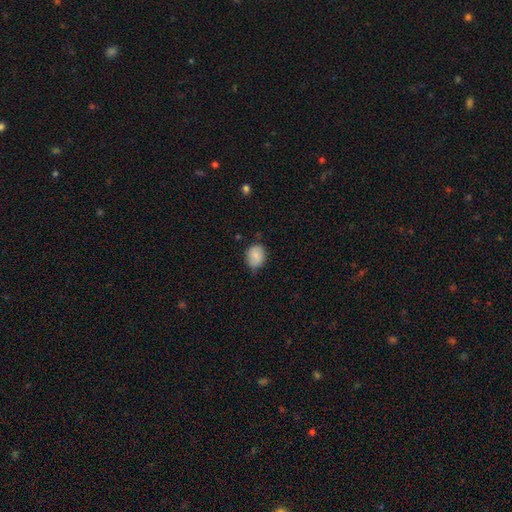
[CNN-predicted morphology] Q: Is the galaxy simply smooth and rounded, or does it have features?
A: smooth — 82%.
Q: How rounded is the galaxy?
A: in between — 50%.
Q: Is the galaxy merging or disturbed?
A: none — 69%.